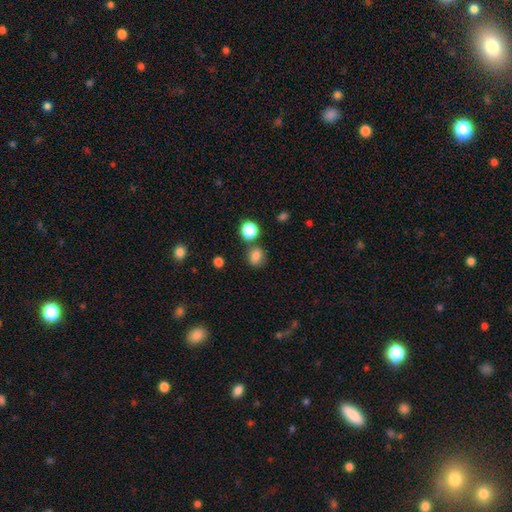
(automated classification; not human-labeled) A smooth galaxy with no disk features (79%) that is round (70%).

Vote fractions:
- Smooth or featured? smooth: 79% / star or artifact: 13% / featured or disk: 7%
- How rounded? round: 70% / in between: 29% / cigar-shaped: 1%
- Merging? none: 72% / minor disturbance: 13% / merger: 11% / major disturbance: 4%